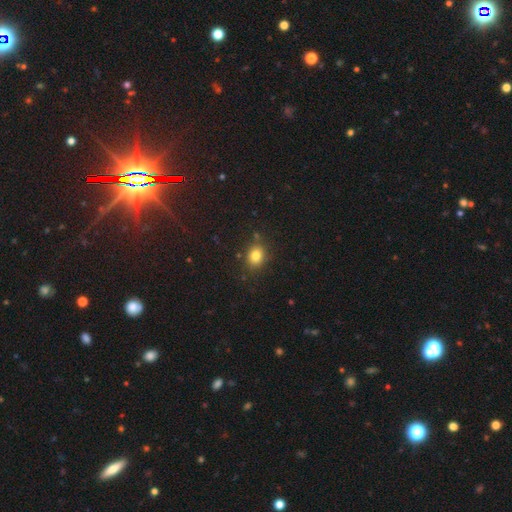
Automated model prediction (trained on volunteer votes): A smooth galaxy with no disk features (81%) that is round (55%). Merging: none (82%).